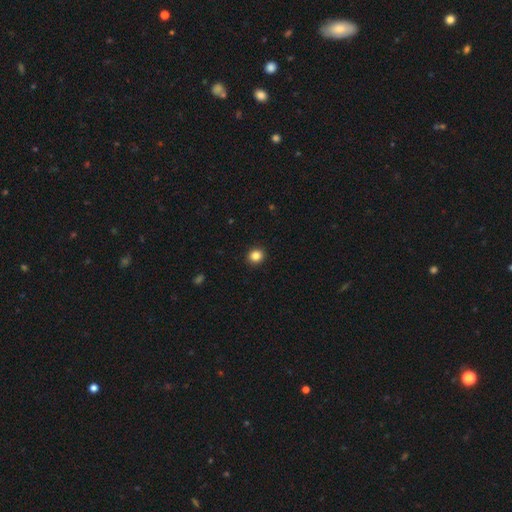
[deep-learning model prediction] Smooth or featured? smooth (85%)
How rounded? round (87%)
Merging? none (93%)